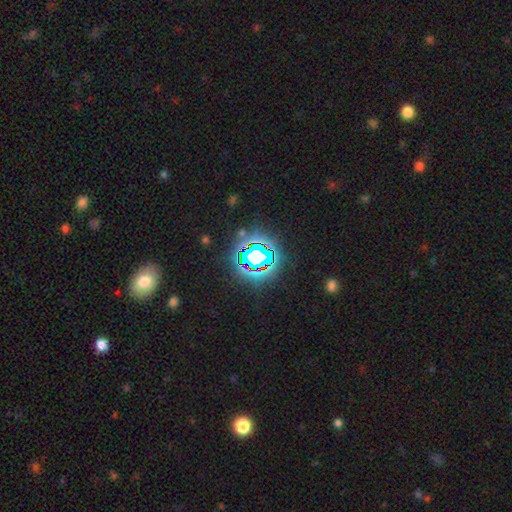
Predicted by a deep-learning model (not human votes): A star or artifact, not a galaxy (73%).

Vote fractions:
- Smooth or featured? star or artifact: 73% / smooth: 17% / featured or disk: 10%